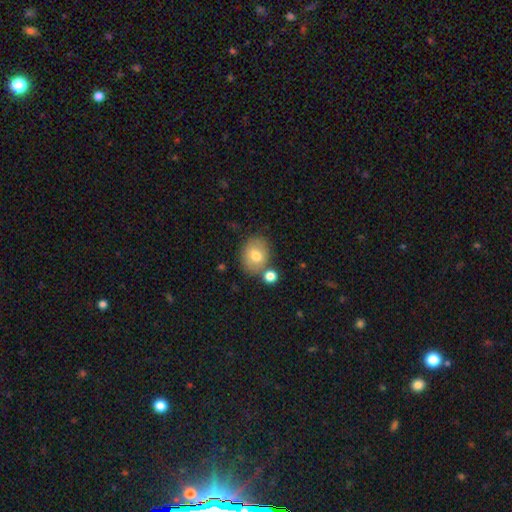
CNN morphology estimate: smooth-or-featured: smooth: 75% | featured or disk: 16% | star or artifact: 9%
  how-rounded: round: 56% | in between: 43% | cigar-shaped: 1%
  merging: none: 68% | merger: 15% | minor disturbance: 13% | major disturbance: 4%